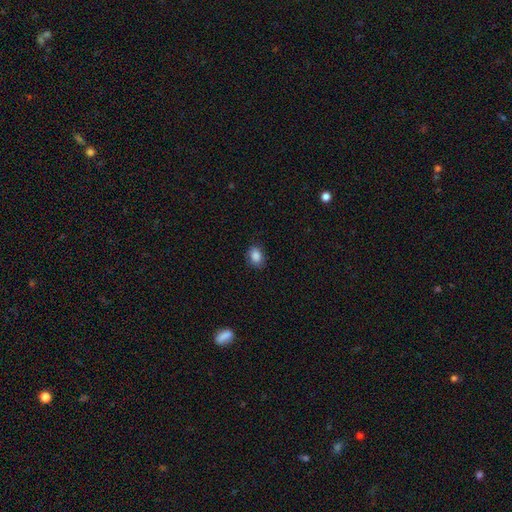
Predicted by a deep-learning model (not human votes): A smooth galaxy with no disk features (87%) that is in between round and cigar-shaped (58%).

Vote fractions:
- Smooth or featured? smooth: 87% / star or artifact: 9% / featured or disk: 4%
- How rounded? in between: 58% / round: 41% / cigar-shaped: 1%
- Merging? none: 83% / minor disturbance: 13% / major disturbance: 3% / merger: 1%